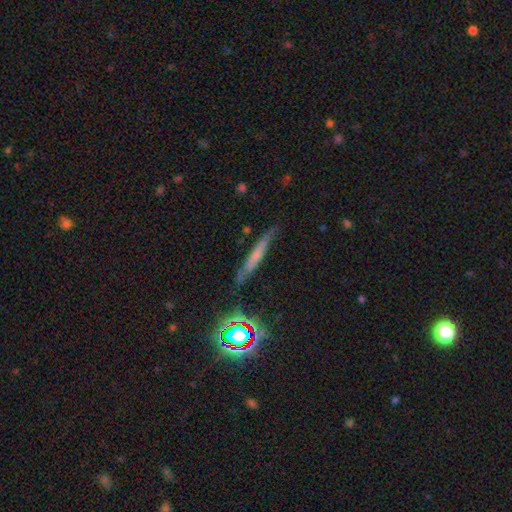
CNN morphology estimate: This is marginally a smooth galaxy (44%). Merging: likely none (71%).